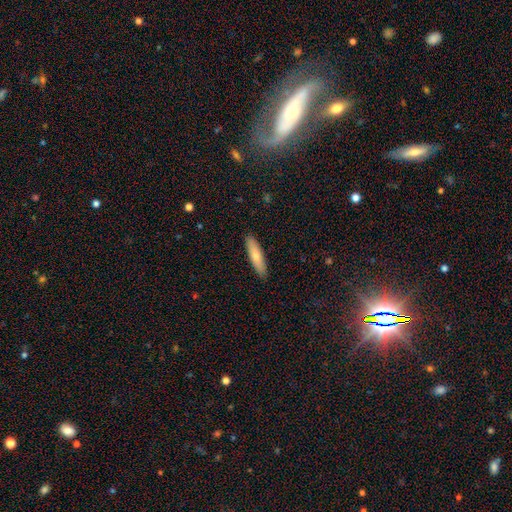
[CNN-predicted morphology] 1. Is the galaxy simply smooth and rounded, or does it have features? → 75% smooth, 20% featured or disk, 6% star or artifact.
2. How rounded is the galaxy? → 78% cigar-shaped, 21% in between, 1% round.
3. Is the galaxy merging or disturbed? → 90% none, 8% minor disturbance, 2% major disturbance, 1% merger.